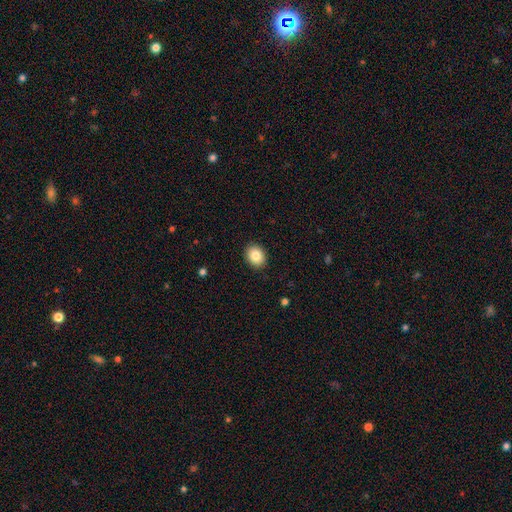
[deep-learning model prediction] Smooth or featured? smooth (85%)
How rounded? in between (55%)
Merging? none (90%)